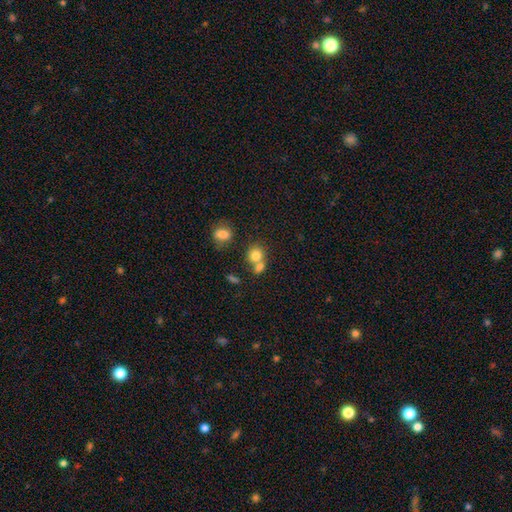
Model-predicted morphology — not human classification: Overall: smooth (78%). How rounded: round (75%). Merging: merger (49%; none 39%).